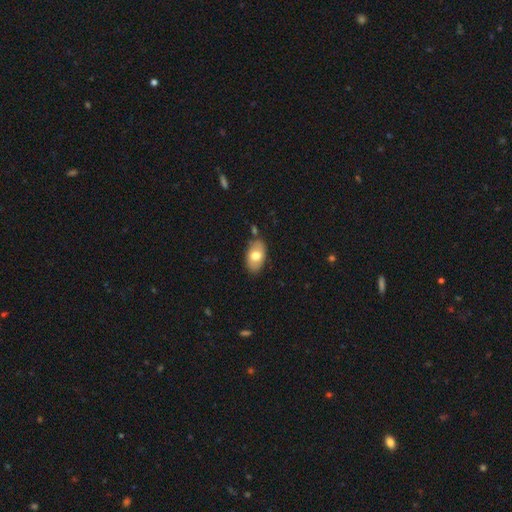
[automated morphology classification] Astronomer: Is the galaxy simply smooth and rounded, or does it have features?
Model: smooth — 72%.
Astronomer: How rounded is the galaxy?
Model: in between — 92%.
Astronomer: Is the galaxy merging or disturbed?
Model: none — 80%.